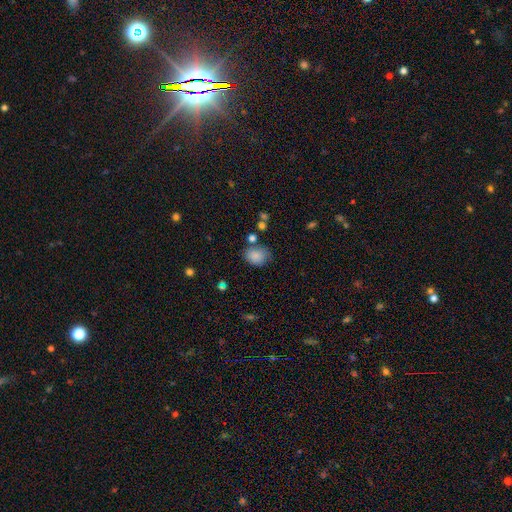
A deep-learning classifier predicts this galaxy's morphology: This appears to be a smooth galaxy with no disk features (84%) that is in between round and cigar-shaped (54%). Merging: none (64%).